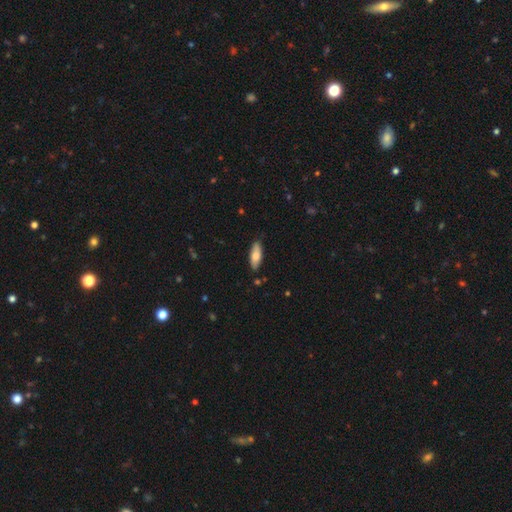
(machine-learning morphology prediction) This is likely a smooth galaxy (74%). How rounded: likely in between (68%). Merging: clearly none (84%).